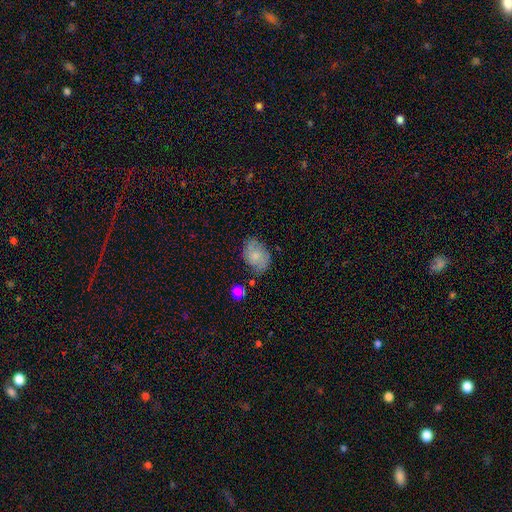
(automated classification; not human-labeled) A smooth galaxy with no disk features (64%) that is in between round and cigar-shaped (77%).

Vote fractions:
- Smooth or featured? smooth: 64% / featured or disk: 28% / star or artifact: 8%
- How rounded? in between: 77% / round: 22% / cigar-shaped: 1%
- Merging? none: 64% / minor disturbance: 25% / major disturbance: 7% / merger: 4%